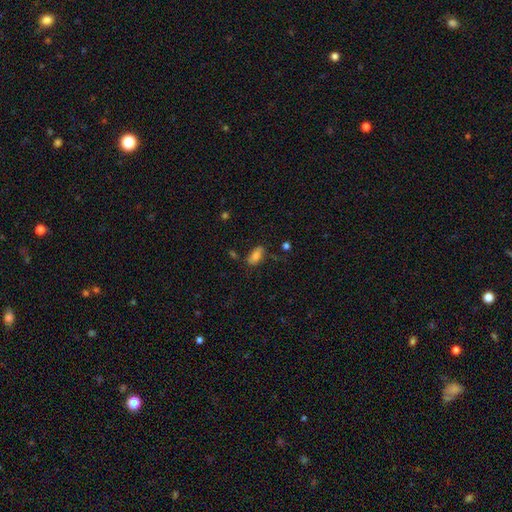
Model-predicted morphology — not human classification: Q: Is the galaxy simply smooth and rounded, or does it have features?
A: smooth — 76%.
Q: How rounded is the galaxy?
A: in between — 86%.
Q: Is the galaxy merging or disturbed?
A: none — 62%.